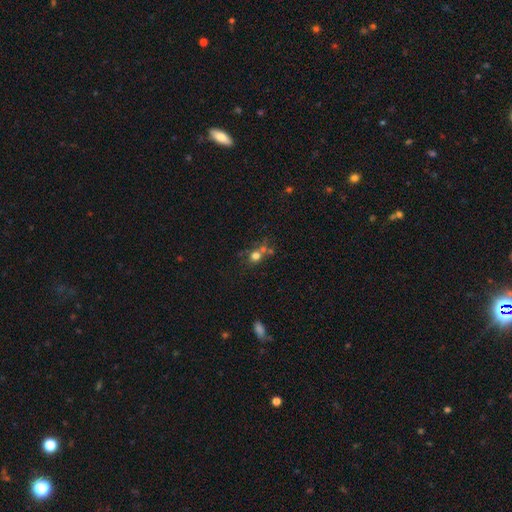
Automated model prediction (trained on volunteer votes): smooth-or-featured: smooth: 67% | star or artifact: 18% | featured or disk: 15%
  how-rounded: round: 80% | in between: 19% | cigar-shaped: 2%
  merging: none: 46% | merger: 34% | minor disturbance: 12% | major disturbance: 8%